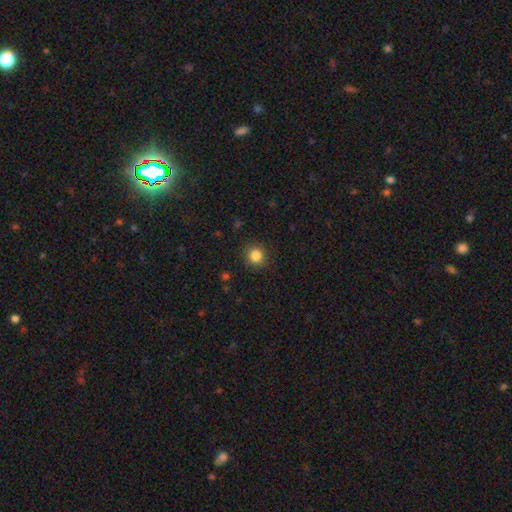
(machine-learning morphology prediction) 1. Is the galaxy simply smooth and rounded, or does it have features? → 85% smooth, 11% star or artifact, 4% featured or disk.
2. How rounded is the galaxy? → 92% round, 7% in between, 1% cigar-shaped.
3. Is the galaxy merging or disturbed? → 90% none, 7% minor disturbance, 2% major disturbance, 1% merger.